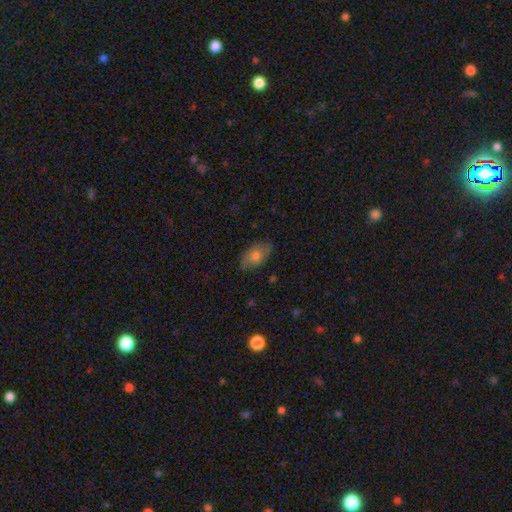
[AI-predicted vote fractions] This is likely a smooth galaxy (65%). How rounded: clearly in between (90%). Merging: likely none (78%).